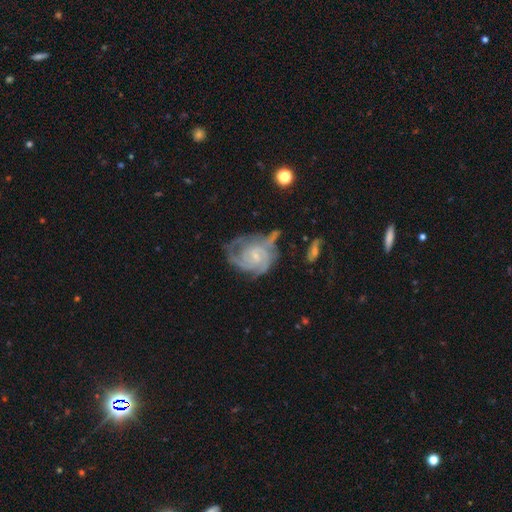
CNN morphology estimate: Q: Smooth or featured?
A: featured or disk (85%); runner-up: smooth (9%)
Q: Edge-on disk?
A: no (98%); runner-up: yes (2%)
Q: Bar?
A: no (59%); runner-up: weak (35%)
Q: Spiral arms?
A: yes (95%); runner-up: no (5%)
Q: Spiral winding?
A: tight (55%); runner-up: medium (36%)
Q: Spiral arm count?
A: 2 (29%); runner-up: 3 (28%)
Q: Bulge size?
A: small (69%); runner-up: moderate (21%)
Q: Merging?
A: none (39%); runner-up: minor disturbance (26%)